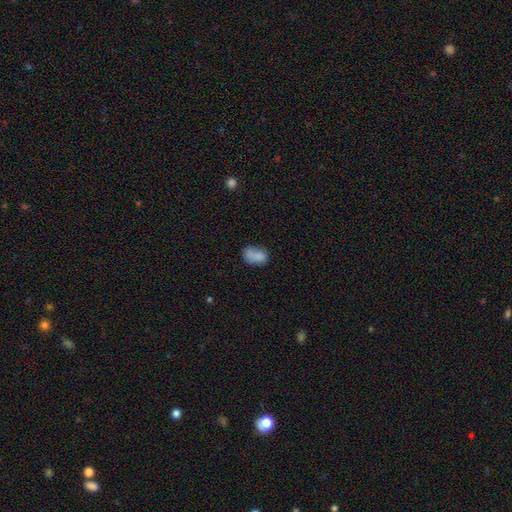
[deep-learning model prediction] smooth_or_featured: smooth (p=0.80) [alt: featured or disk p=0.10]
how_rounded: in between (p=0.83) [alt: round p=0.15]
merging: none (p=0.58) [alt: minor disturbance p=0.25]